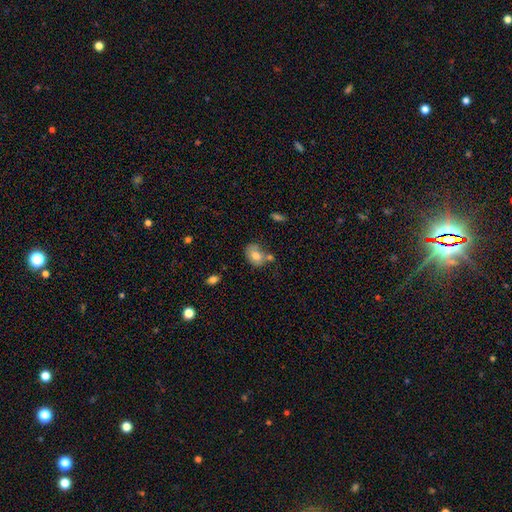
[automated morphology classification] Q: Smooth or featured?
A: smooth (74%); runner-up: featured or disk (17%)
Q: How rounded?
A: in between (64%); runner-up: round (35%)
Q: Merging?
A: none (44%); runner-up: merger (24%)